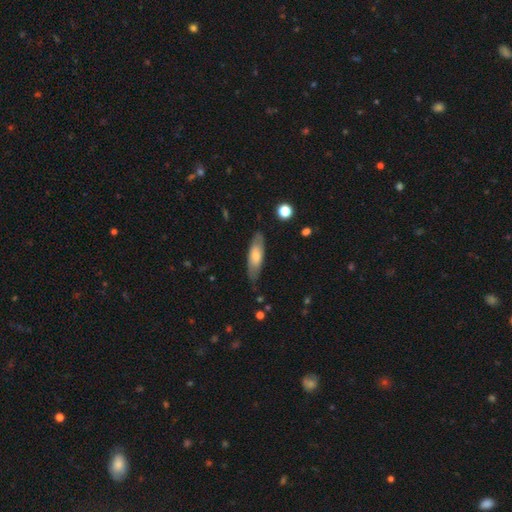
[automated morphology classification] This appears to be a smooth galaxy with no disk features (62%) that is in between round and cigar-shaped (51%). Merging: none (76%).